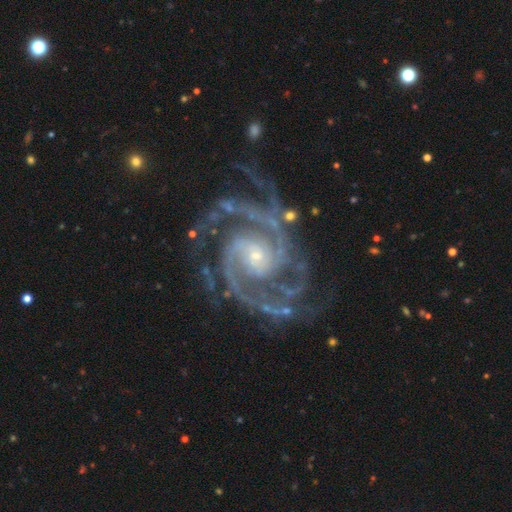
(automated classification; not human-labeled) A featured or disk galaxy (94%) with no bar (60%), 2 (56%) tight (50%) spiral arms (99%) and a small central bulge (73%).

Vote fractions:
- Smooth or featured? featured or disk: 94% / star or artifact: 4% / smooth: 2%
- Edge-on disk? no: 98% / yes: 2%
- Bar? no: 60% / weak: 27% / strong: 14%
- Spiral arms? yes: 99% / no: 1%
- Spiral winding? tight: 50% / medium: 45% / loose: 6%
- Spiral arm count? 2: 56% / 3: 18% / 4: 8% / can't tell: 7% / more than 4: 6% / 1: 5%
- Bulge size? small: 73% / moderate: 22% / large: 2% / none: 2% / dominant: 1%
- Merging? none: 69% / minor disturbance: 17% / major disturbance: 12% / merger: 2%